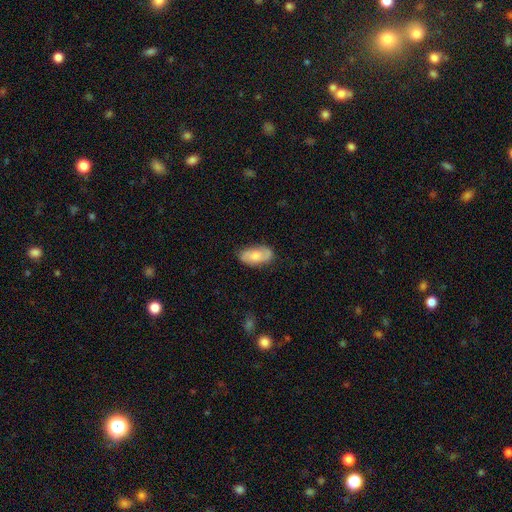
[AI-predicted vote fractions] A smooth galaxy with no disk features (63%) that is in between round and cigar-shaped (92%).

Vote fractions:
- Smooth or featured? smooth: 63% / featured or disk: 31% / star or artifact: 6%
- How rounded? in between: 92% / cigar-shaped: 5% / round: 3%
- Merging? none: 74% / minor disturbance: 20% / major disturbance: 5% / merger: 2%